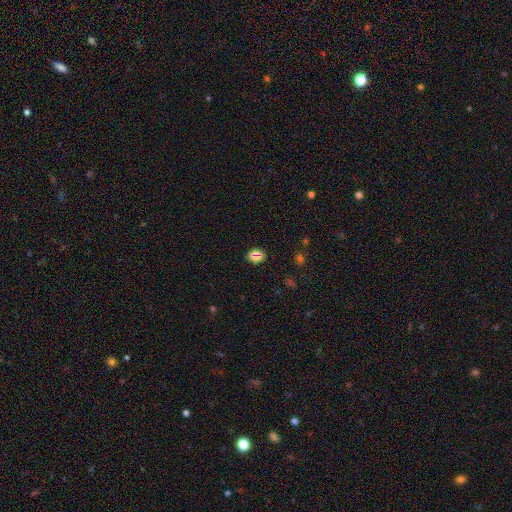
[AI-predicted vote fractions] smooth-or-featured: smooth: 69% | star or artifact: 20% | featured or disk: 11%
  how-rounded: in between: 56% | round: 42% | cigar-shaped: 2%
  merging: none: 84% | minor disturbance: 10% | merger: 3% | major disturbance: 3%